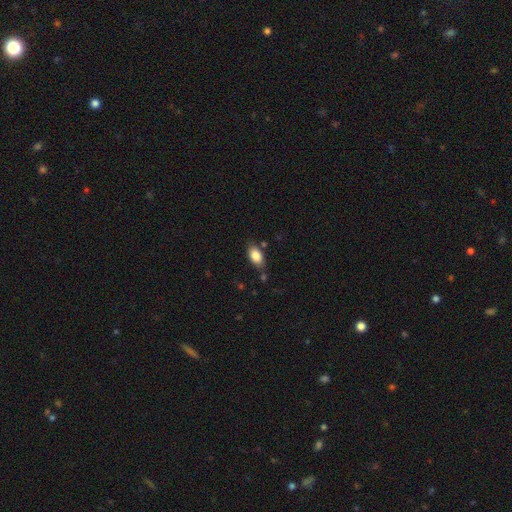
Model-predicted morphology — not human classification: This appears to be a smooth galaxy with no disk features (85%) that is in between round and cigar-shaped (91%). Merging: none (76%).